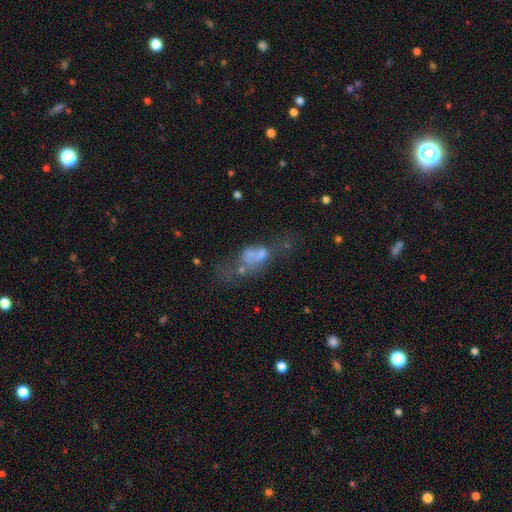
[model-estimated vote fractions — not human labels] A smooth galaxy with no disk features (46%). Merging: merger (38%).